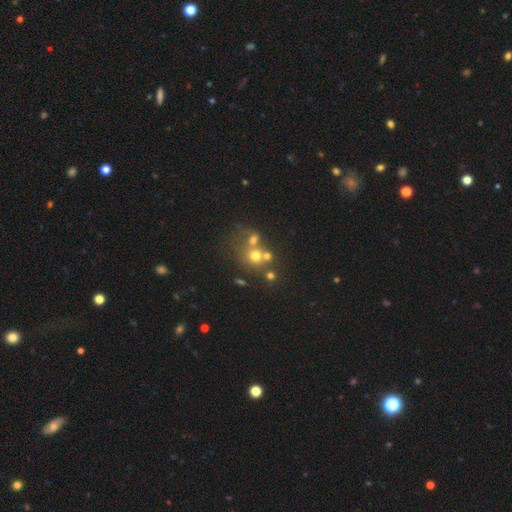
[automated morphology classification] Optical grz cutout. It shows a smooth galaxy with no disk features (61%) that is round (78%). Merging: none (45%).